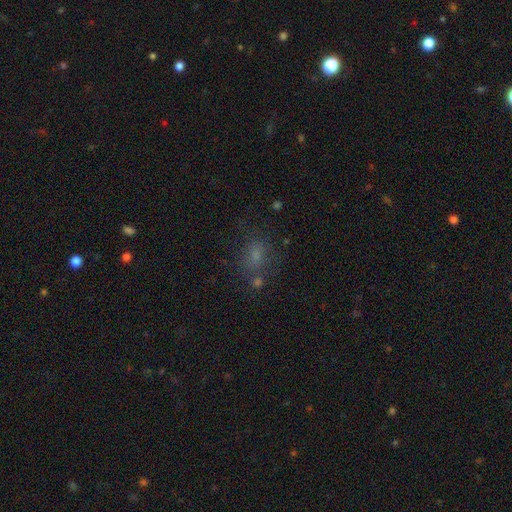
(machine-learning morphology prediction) Overall: smooth (59%; star or artifact 27%). How rounded: in between (57%; round 40%). Merging: none (64%).